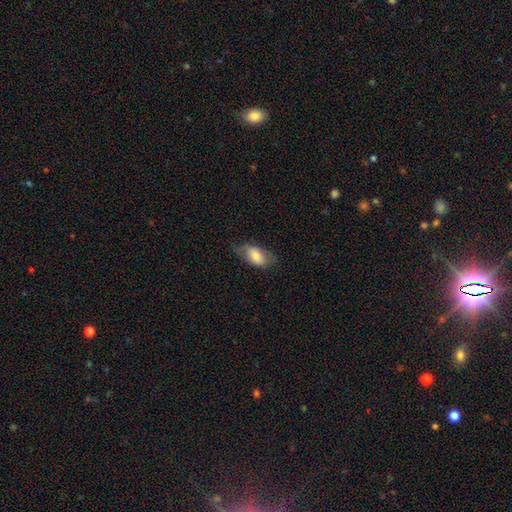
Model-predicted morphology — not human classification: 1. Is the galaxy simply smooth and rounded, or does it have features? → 68% smooth, 25% featured or disk, 7% star or artifact.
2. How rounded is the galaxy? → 90% in between, 6% round, 4% cigar-shaped.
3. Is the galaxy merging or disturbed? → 60% none, 27% minor disturbance, 12% major disturbance, 1% merger.